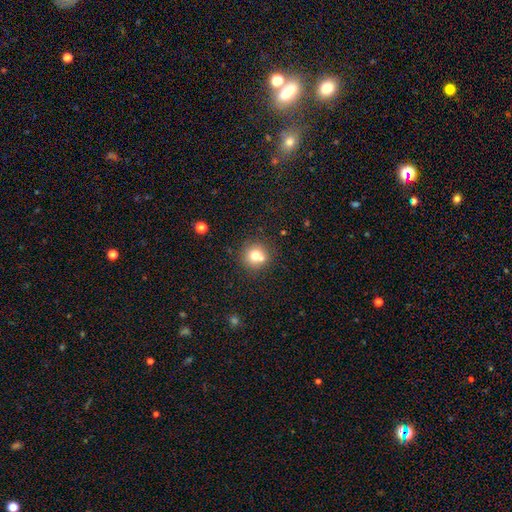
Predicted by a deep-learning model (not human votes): Smooth or featured?
  - smooth: 73% *
  - featured or disk: 15%
  - star or artifact: 13%
How rounded?
  - round: 89% *
  - in between: 10%
  - cigar-shaped: 1%
Merging?
  - none: 64% *
  - merger: 22%
  - minor disturbance: 10%
  - major disturbance: 3%